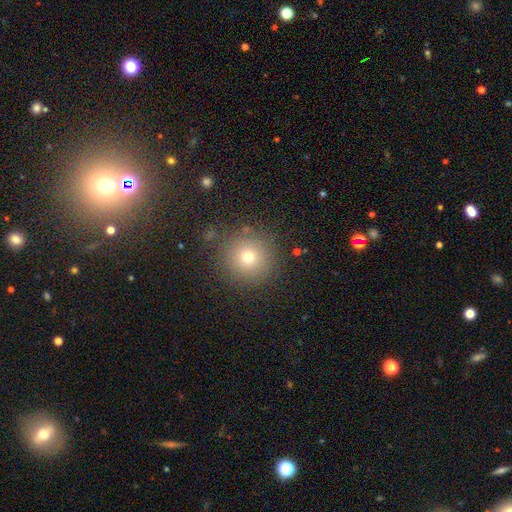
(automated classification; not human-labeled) Smooth or featured: star or artifact — 53% (smooth — 38%)